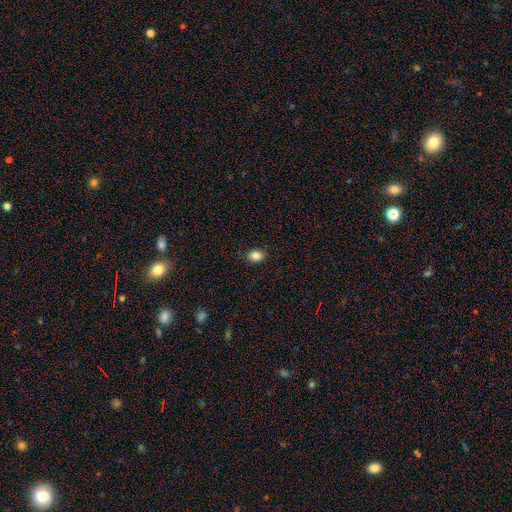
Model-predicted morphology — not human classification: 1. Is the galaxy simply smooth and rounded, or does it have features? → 85% smooth, 10% star or artifact, 5% featured or disk.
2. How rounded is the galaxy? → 63% in between, 36% round, 1% cigar-shaped.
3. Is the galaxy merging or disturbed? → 87% none, 10% minor disturbance, 2% major disturbance, 1% merger.